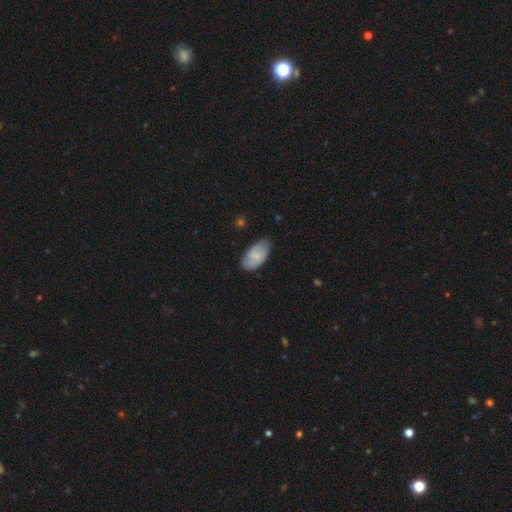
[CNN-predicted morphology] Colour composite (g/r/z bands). It shows a smooth galaxy with no disk features (66%) that is in between round and cigar-shaped (94%). Merging: none (69%).